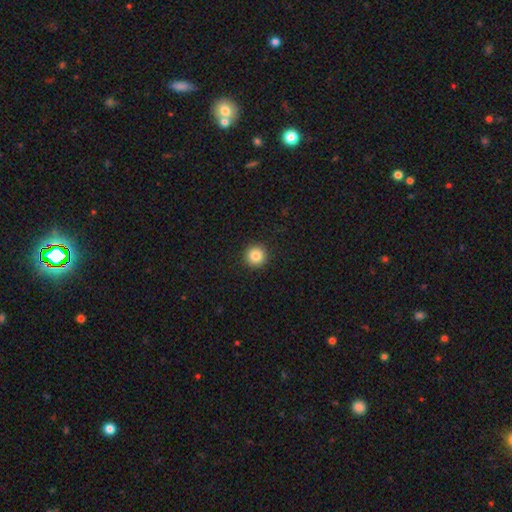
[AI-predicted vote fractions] smooth_or_featured: smooth (p=0.85) [alt: star or artifact p=0.10]
how_rounded: round (p=0.96) [alt: in between p=0.03]
merging: none (p=0.93) [alt: minor disturbance p=0.04]